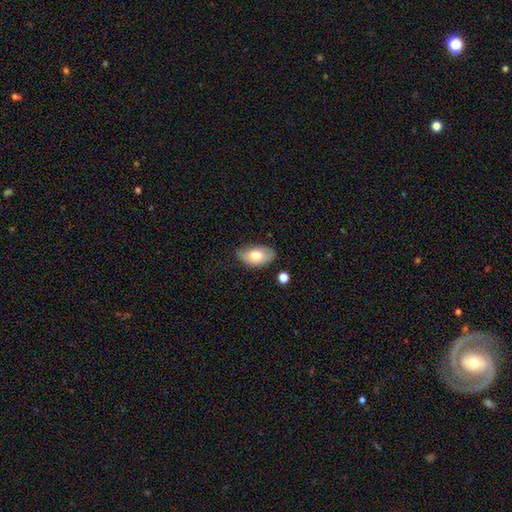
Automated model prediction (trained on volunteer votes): Smooth or featured? smooth (71%)
How rounded? in between (91%)
Merging? none (66%)